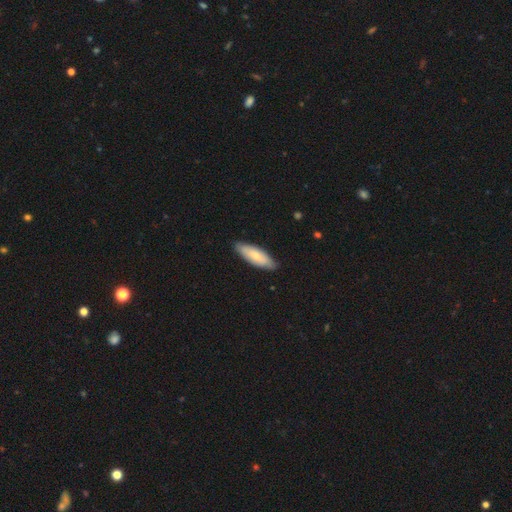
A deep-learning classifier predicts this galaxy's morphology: Q: Smooth or featured?
A: smooth (67%); runner-up: featured or disk (28%)
Q: How rounded?
A: in between (62%); runner-up: cigar-shaped (37%)
Q: Merging?
A: none (83%); runner-up: minor disturbance (14%)